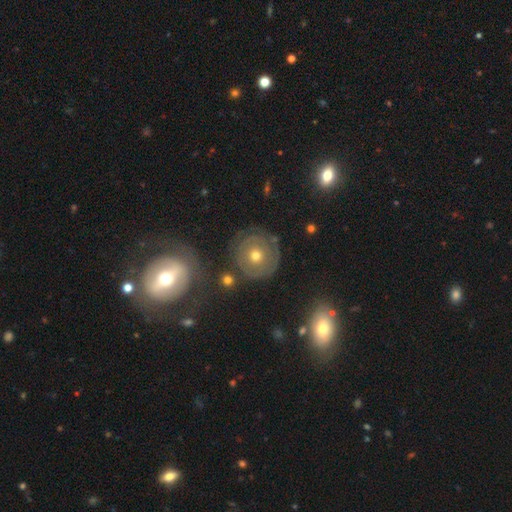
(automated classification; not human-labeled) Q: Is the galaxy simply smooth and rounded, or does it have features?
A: featured or disk — 55%.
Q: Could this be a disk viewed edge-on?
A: no — 96%.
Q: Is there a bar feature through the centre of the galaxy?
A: no — 87%.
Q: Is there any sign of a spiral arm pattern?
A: yes — 55%.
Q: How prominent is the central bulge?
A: moderate — 61%.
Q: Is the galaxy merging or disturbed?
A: none — 73%.